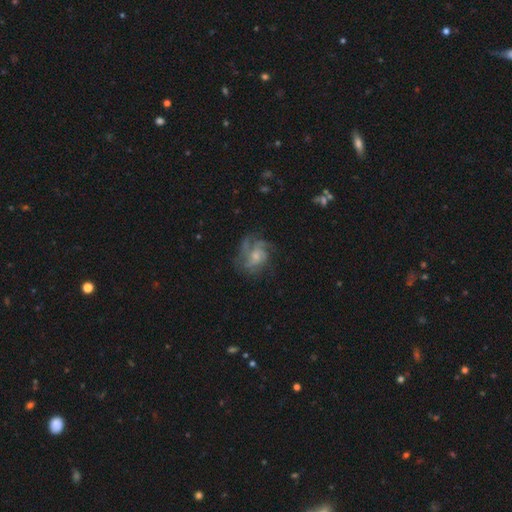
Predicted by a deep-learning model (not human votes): Smooth or featured?
  - featured or disk: 77% *
  - smooth: 15%
  - star or artifact: 8%
Edge-on disk?
  - no: 98% *
  - yes: 2%
Bar?
  - no: 71% *
  - weak: 26%
  - strong: 4%
Spiral arms?
  - yes: 91% *
  - no: 9%
Spiral winding?
  - medium: 46% *
  - tight: 34%
  - loose: 20%
Spiral arm count?
  - 3: 33% *
  - can't tell: 23%
  - 4: 21%
  - 2: 11%
  - more than 4: 6%
  - 1: 6%
Bulge size?
  - small: 47% *
  - moderate: 39%
  - none: 9%
  - large: 4%
  - dominant: 1%
Merging?
  - none: 58% *
  - major disturbance: 21%
  - minor disturbance: 20%
  - merger: 2%